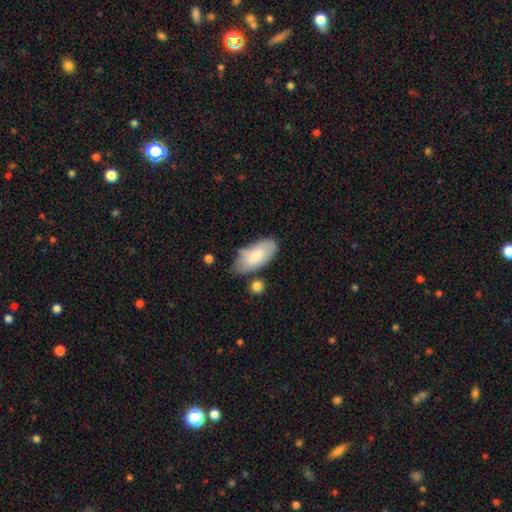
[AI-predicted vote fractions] This appears to be a smooth galaxy with no disk features (78%) that is in between round and cigar-shaped (92%). Merging: none (60%).